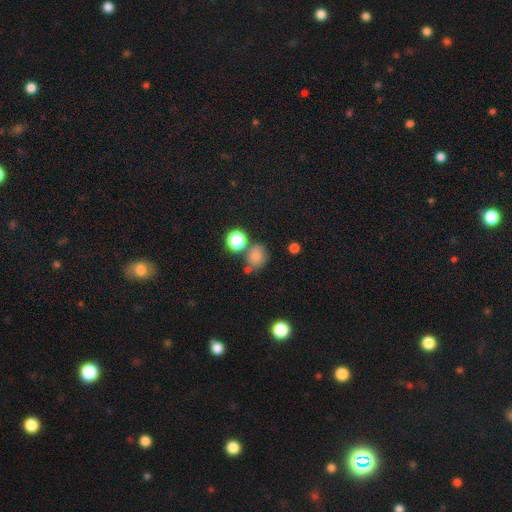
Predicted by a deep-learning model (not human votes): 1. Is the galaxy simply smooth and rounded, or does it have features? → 73% smooth, 17% star or artifact, 10% featured or disk.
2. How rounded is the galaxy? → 68% round, 31% in between, 1% cigar-shaped.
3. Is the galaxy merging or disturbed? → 62% none, 18% merger, 15% minor disturbance, 5% major disturbance.